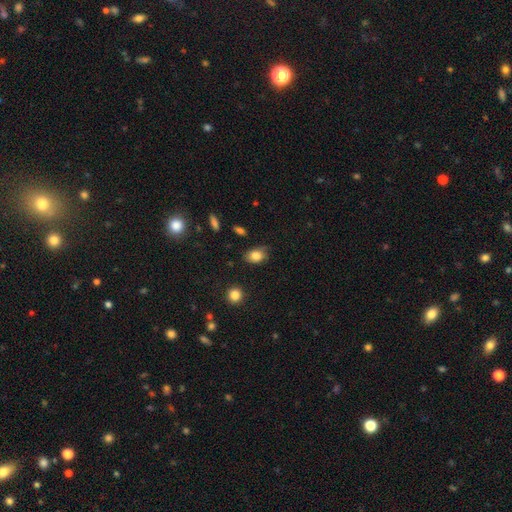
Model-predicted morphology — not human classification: Overall: smooth (82%). How rounded: in between (76%). Merging: none (68%).